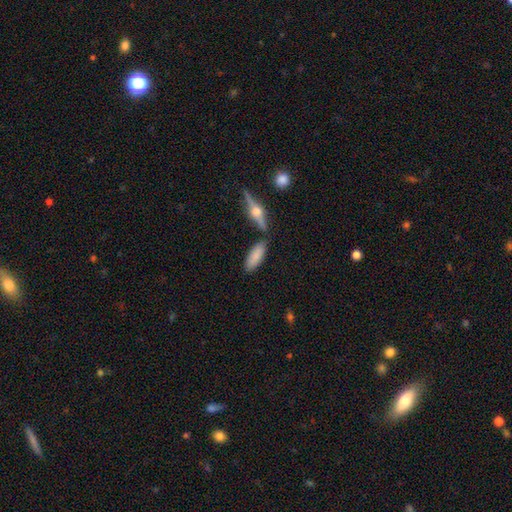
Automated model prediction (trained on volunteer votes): Smooth or featured? Predicted: smooth (p=0.79). How rounded? Predicted: in between (p=0.67). Merging? Predicted: none (p=0.75).